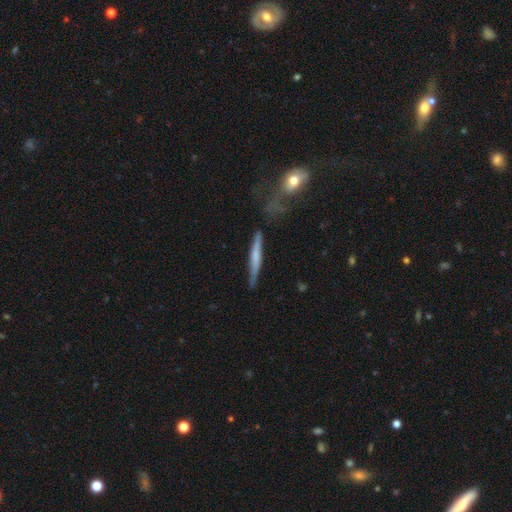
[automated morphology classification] A featured or disk galaxy (49%). Merging: none (66%).